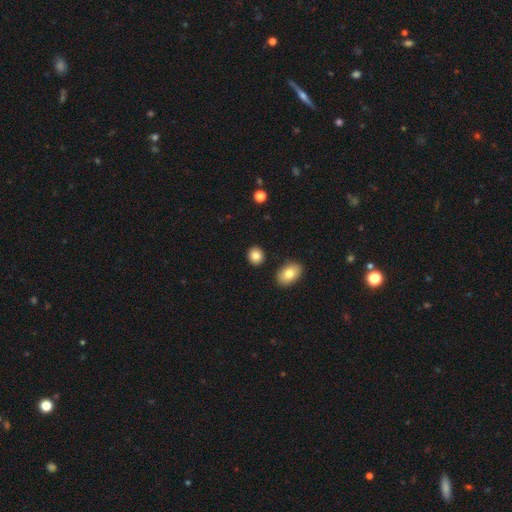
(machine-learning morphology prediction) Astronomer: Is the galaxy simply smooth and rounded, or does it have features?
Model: smooth — 84%.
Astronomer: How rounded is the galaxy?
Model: round — 75%.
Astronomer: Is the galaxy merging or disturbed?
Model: none — 88%.